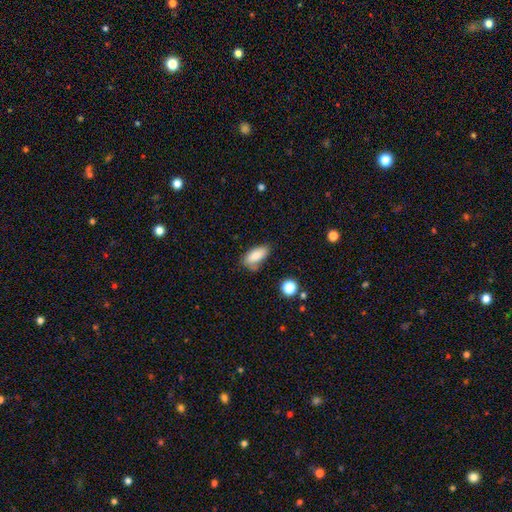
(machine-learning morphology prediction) smooth_or_featured: smooth (p=0.85) [alt: star or artifact p=0.08]
how_rounded: in between (p=0.86) [alt: cigar-shaped p=0.12]
merging: none (p=0.65) [alt: minor disturbance p=0.24]